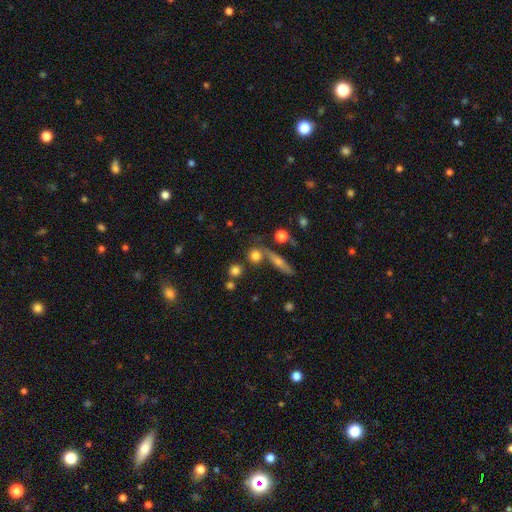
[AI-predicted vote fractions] Q: Smooth or featured?
A: smooth (74%); runner-up: featured or disk (13%)
Q: How rounded?
A: round (83%); runner-up: in between (11%)
Q: Merging?
A: none (67%); runner-up: merger (19%)